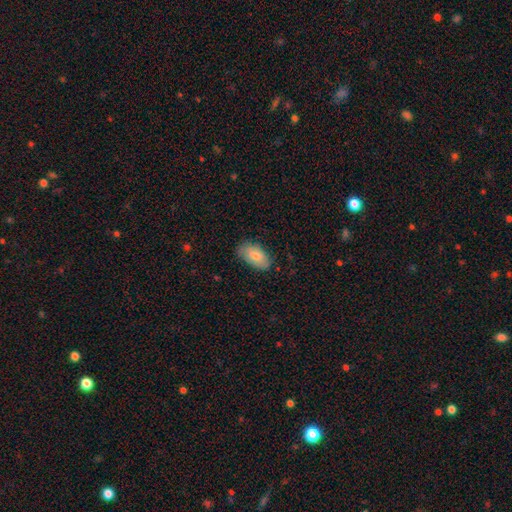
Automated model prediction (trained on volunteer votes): smooth_or_featured: smooth (p=0.79) [alt: featured or disk p=0.15]
how_rounded: in between (p=0.94) [alt: round p=0.03]
merging: none (p=0.80) [alt: minor disturbance p=0.16]